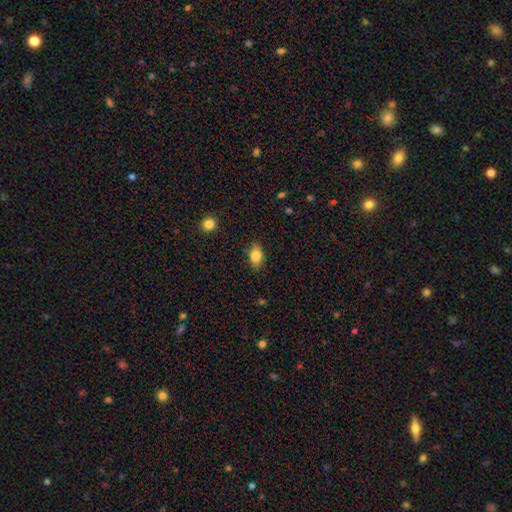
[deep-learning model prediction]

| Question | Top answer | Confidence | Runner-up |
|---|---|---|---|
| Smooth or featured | smooth | 83% | featured or disk (9%) |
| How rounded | in between | 86% | round (11%) |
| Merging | none | 81% | minor disturbance (15%) |